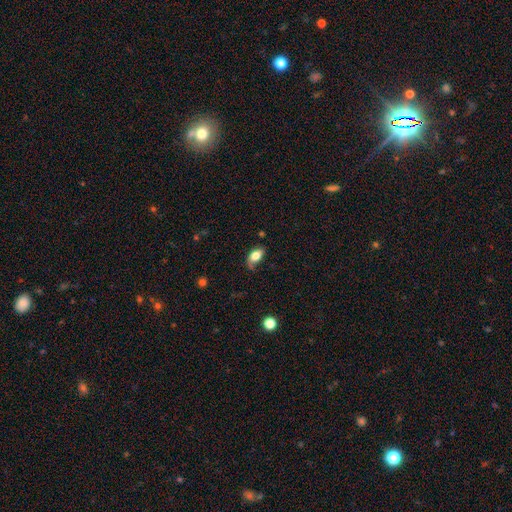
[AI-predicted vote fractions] A smooth galaxy with no disk features (77%) that is in between round and cigar-shaped (90%).

Vote fractions:
- Smooth or featured? smooth: 77% / featured or disk: 15% / star or artifact: 8%
- How rounded? in between: 90% / round: 6% / cigar-shaped: 4%
- Merging? none: 56% / minor disturbance: 31% / major disturbance: 10% / merger: 3%